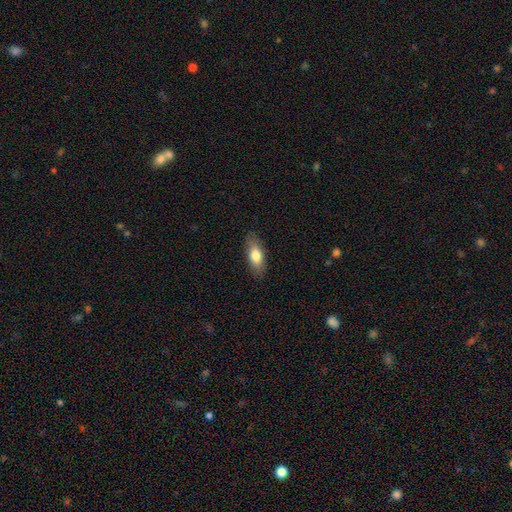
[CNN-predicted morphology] smooth 76%, featured or disk 18%, star or artifact 6%. Down the decision tree: how rounded — in between (78%); merging — none (83%).